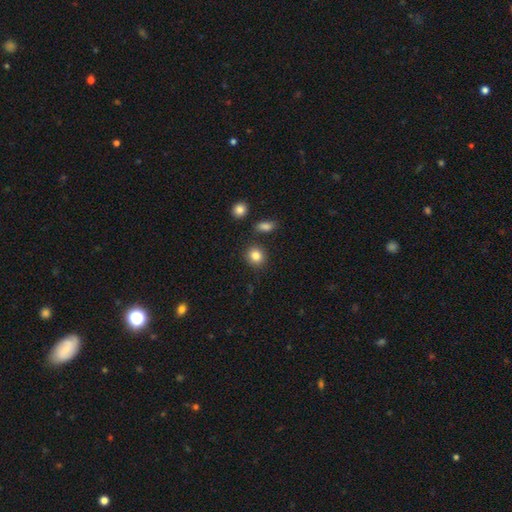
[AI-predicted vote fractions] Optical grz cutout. It shows a smooth galaxy with no disk features (85%) that is round (80%). Merging: none (85%).